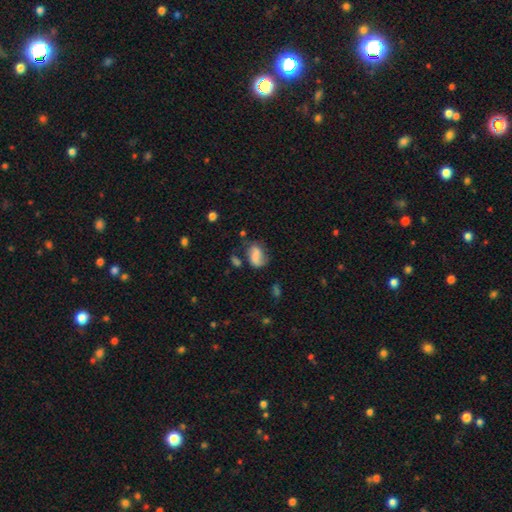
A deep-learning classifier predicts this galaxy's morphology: Overall: smooth (56%; featured or disk 33%). How rounded: in between (78%). Merging: none (45%; minor disturbance 28%).